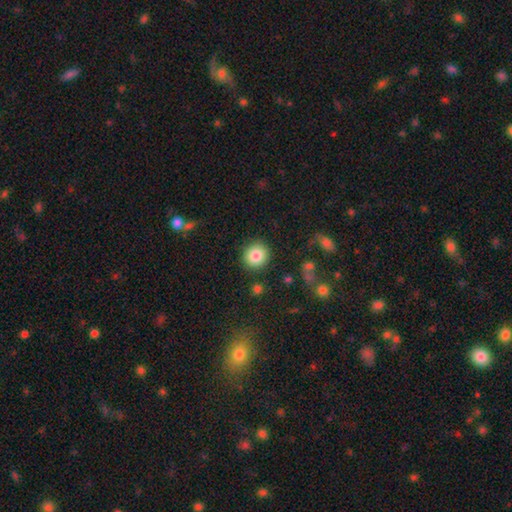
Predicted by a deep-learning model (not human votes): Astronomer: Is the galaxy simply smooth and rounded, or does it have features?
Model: smooth — 85%.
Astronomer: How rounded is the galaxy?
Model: round — 90%.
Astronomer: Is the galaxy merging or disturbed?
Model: none — 89%.